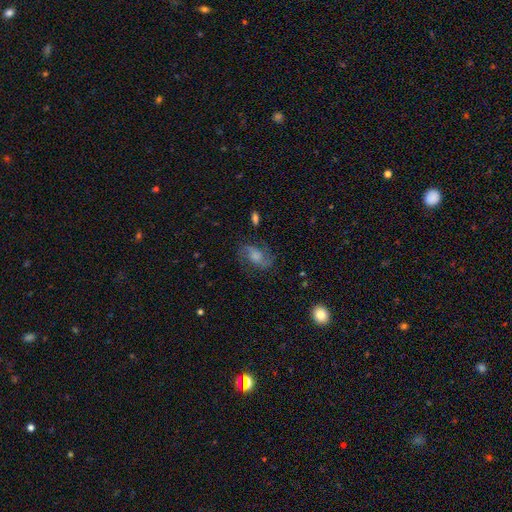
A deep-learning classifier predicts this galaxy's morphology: Smooth or featured? featured or disk (76%)
Edge-on disk? no (97%)
Bar? no (53%)
Spiral arms? yes (95%)
Spiral winding? medium (53%)
Spiral arm count? 2 (80%)
Bulge size? moderate (40%)
Merging? none (77%)